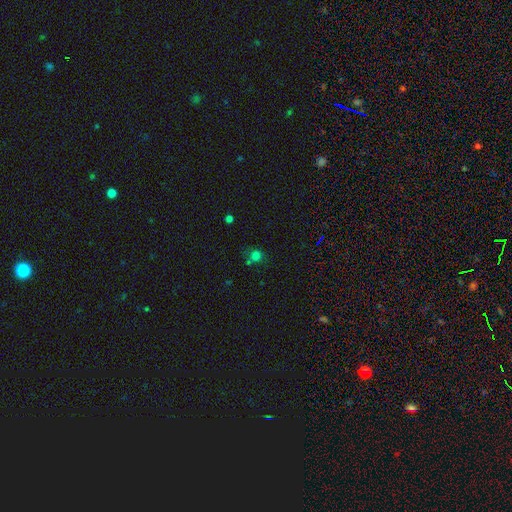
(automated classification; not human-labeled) Overall: smooth (69%). How rounded: round (84%). Merging: none (65%).